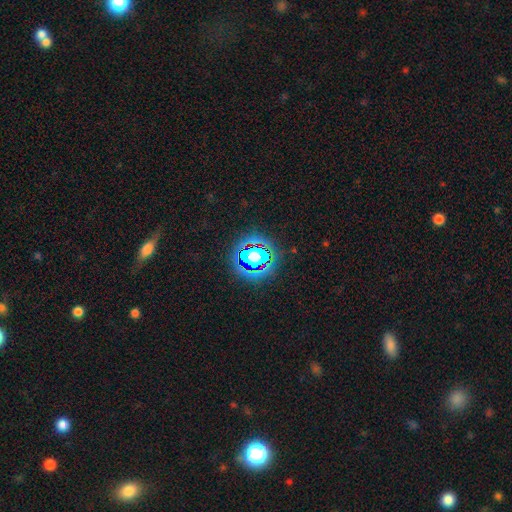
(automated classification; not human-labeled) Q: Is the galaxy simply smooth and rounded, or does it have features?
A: star or artifact — 55%.